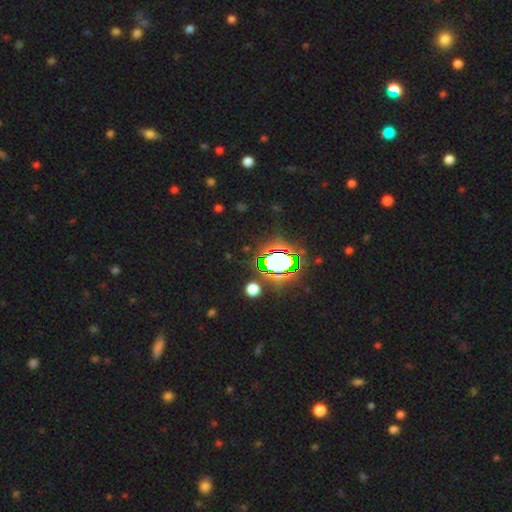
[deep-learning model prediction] A star or artifact, not a galaxy (84%).